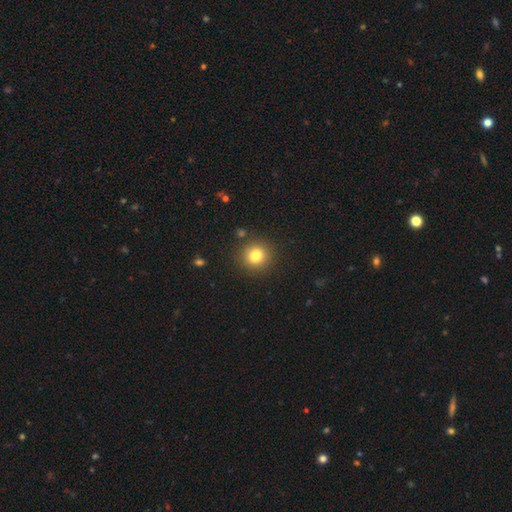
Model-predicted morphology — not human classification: The model was most divided on "smooth or featured": smooth: 81%, star or artifact: 12%, featured or disk: 7%. More confident: how rounded — round (89%); merging — none (88%).